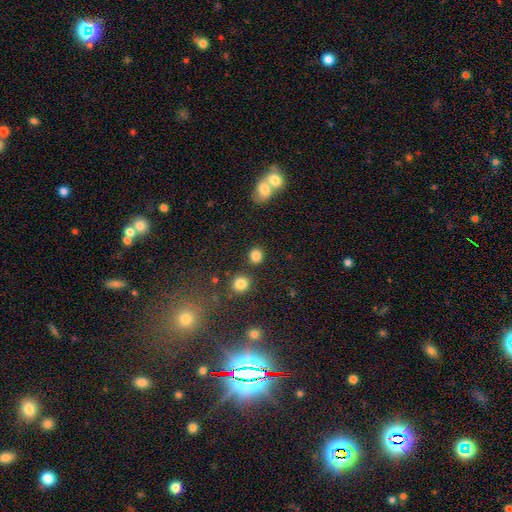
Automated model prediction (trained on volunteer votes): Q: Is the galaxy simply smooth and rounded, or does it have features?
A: smooth — 83%.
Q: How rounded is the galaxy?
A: round — 81%.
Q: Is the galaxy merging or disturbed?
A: none — 81%.